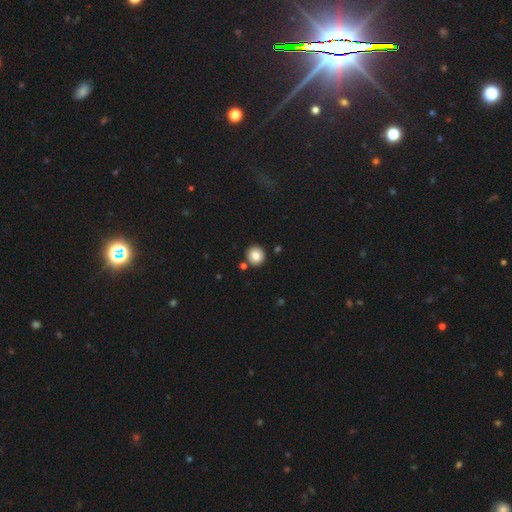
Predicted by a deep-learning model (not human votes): The model was most divided on "smooth or featured": smooth: 84%, star or artifact: 9%, featured or disk: 7%. More confident: how rounded — round (91%); merging — none (85%).